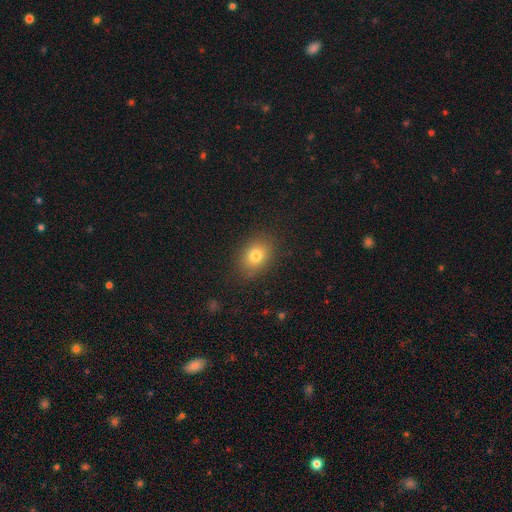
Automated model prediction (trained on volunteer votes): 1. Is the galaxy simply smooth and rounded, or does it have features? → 79% smooth, 11% star or artifact, 10% featured or disk.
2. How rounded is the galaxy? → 63% in between, 36% round, 1% cigar-shaped.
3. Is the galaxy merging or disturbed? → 85% none, 10% minor disturbance, 3% major disturbance, 1% merger.